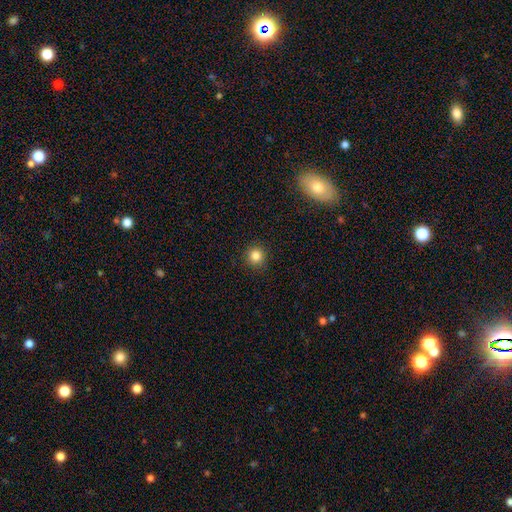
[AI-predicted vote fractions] Smooth or featured?
  - smooth: 83% *
  - star or artifact: 12%
  - featured or disk: 5%
How rounded?
  - round: 94% *
  - in between: 5%
  - cigar-shaped: 1%
Merging?
  - none: 91% *
  - minor disturbance: 6%
  - major disturbance: 2%
  - merger: 1%